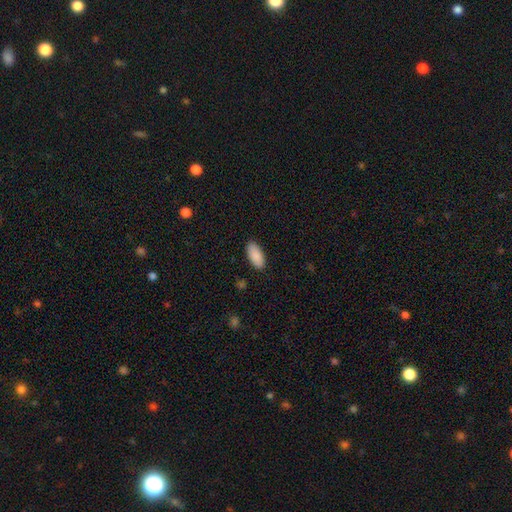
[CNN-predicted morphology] Smooth or featured? smooth (90%)
How rounded? in between (92%)
Merging? none (89%)